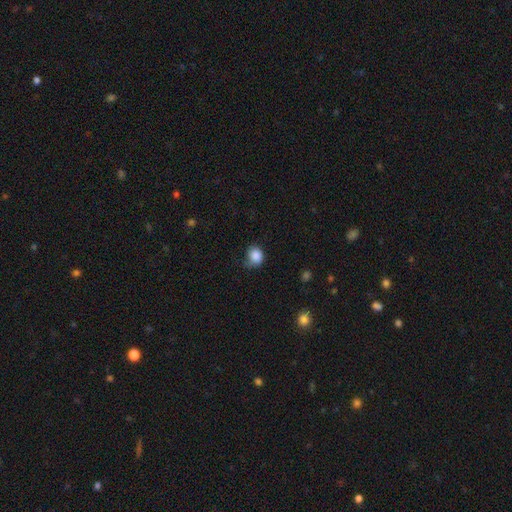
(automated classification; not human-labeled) A smooth galaxy with no disk features (86%) that is round (66%). Merging: none (54%).